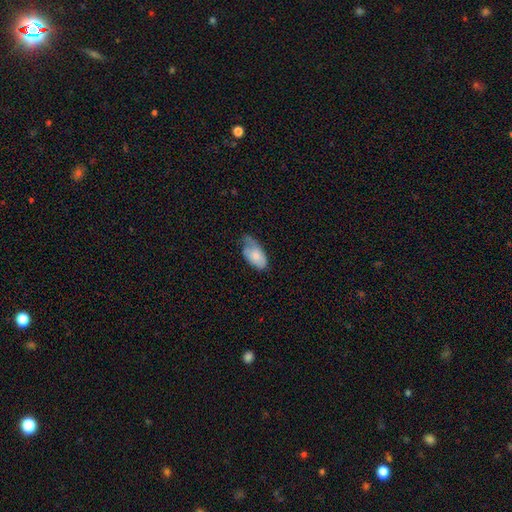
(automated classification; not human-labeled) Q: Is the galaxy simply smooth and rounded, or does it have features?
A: smooth — 66%.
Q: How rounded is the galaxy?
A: in between — 93%.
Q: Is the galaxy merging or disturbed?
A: minor disturbance — 44%.